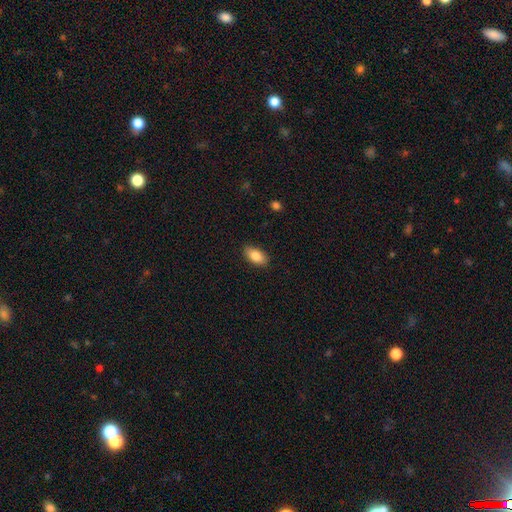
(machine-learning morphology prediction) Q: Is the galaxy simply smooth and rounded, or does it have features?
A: smooth — 86%.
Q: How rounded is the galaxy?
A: in between — 92%.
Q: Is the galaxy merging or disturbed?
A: none — 88%.